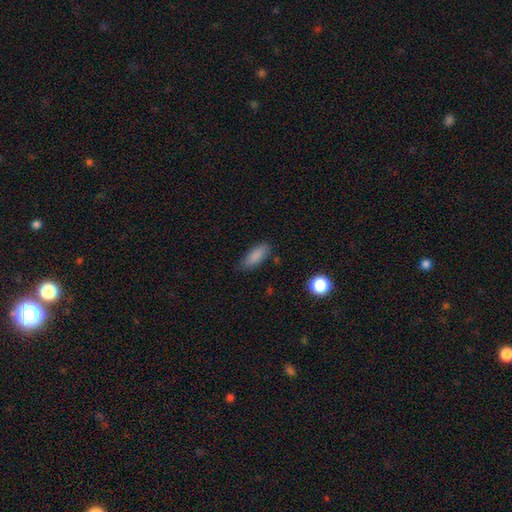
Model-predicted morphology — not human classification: Smooth or featured? smooth (86%)
How rounded? in between (74%)
Merging? none (78%)